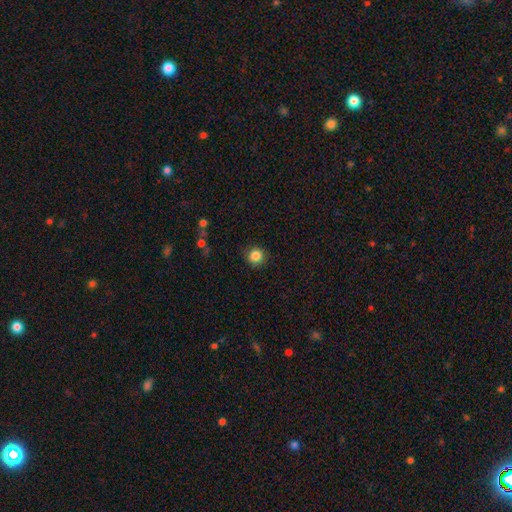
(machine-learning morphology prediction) Smooth or featured: smooth — 85% (star or artifact — 11%)
How rounded: round — 94% (in between — 5%)
Merging: none — 89% (minor disturbance — 7%)